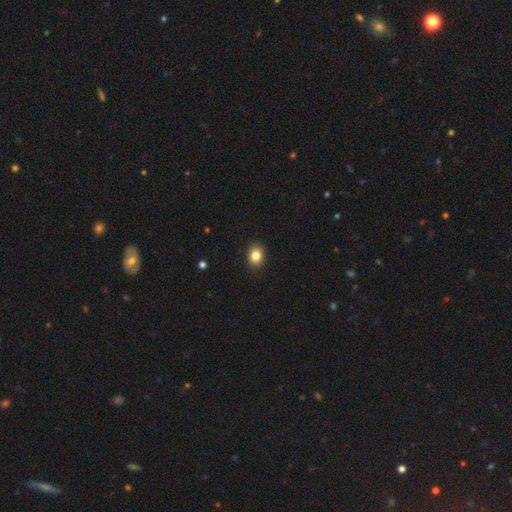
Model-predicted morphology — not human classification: Overall: smooth (84%). How rounded: in between (54%; round 45%). Merging: none (90%).